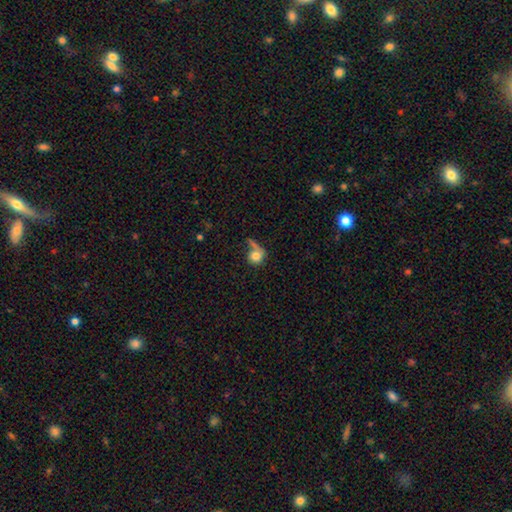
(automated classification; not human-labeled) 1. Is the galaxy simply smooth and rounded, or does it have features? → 71% smooth, 20% featured or disk, 9% star or artifact.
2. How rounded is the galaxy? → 78% round, 20% in between, 2% cigar-shaped.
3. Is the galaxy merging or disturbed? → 36% none, 30% major disturbance, 17% merger, 17% minor disturbance.